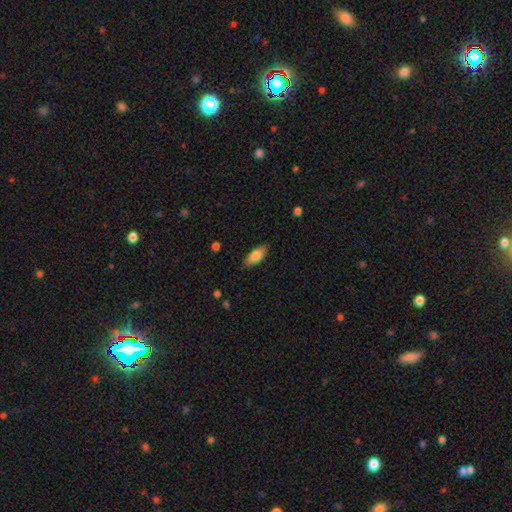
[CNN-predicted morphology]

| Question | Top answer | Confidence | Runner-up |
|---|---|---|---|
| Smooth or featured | smooth | 78% | featured or disk (16%) |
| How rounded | in between | 79% | cigar-shaped (18%) |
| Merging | none | 84% | minor disturbance (12%) |